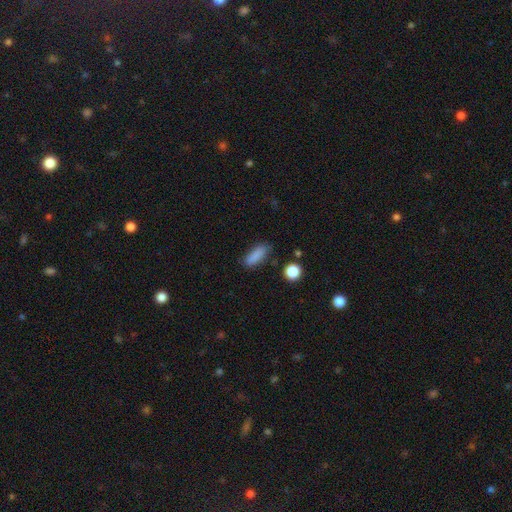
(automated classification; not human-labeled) This appears to be a smooth galaxy with no disk features (85%) that is in between round and cigar-shaped (63%). Merging: none (75%).